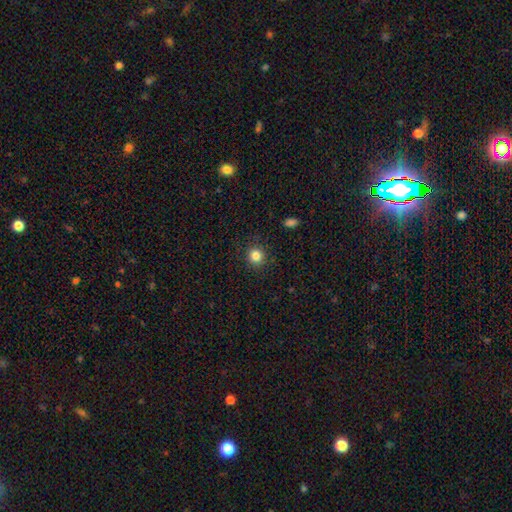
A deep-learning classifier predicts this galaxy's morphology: smooth-or-featured: smooth: 83% | star or artifact: 12% | featured or disk: 5%
  how-rounded: round: 90% | in between: 9% | cigar-shaped: 1%
  merging: none: 90% | minor disturbance: 7% | major disturbance: 2% | merger: 1%